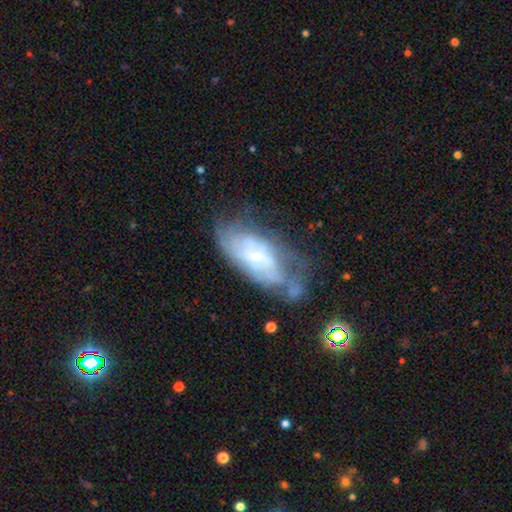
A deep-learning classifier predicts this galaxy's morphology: A featured or disk galaxy (64%) with no bar (52%), spiral arms (65%) and a small central bulge (59%). Merging: none (40%).